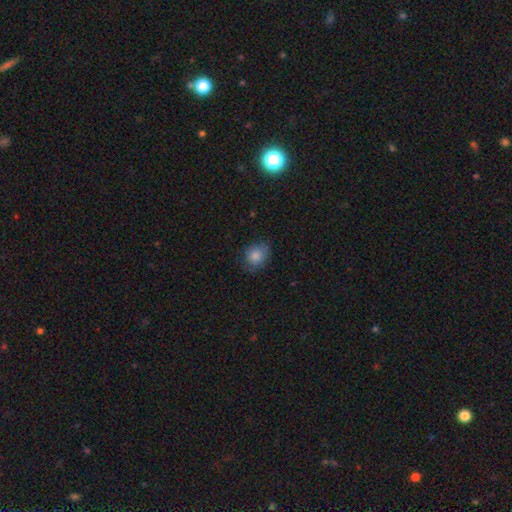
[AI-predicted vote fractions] This is clearly a smooth galaxy (82%). How rounded: possibly round (59%). Merging: likely none (72%).